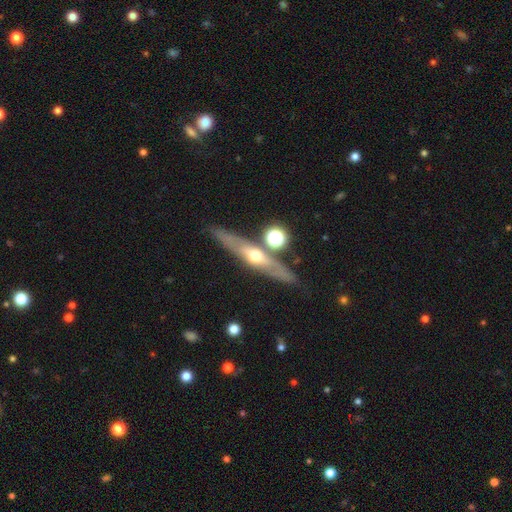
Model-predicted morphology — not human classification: This appears to be a featured or disk galaxy (72%) viewed edge-on (88%) with a rounded central bulge (89%). Merging: none (82%).